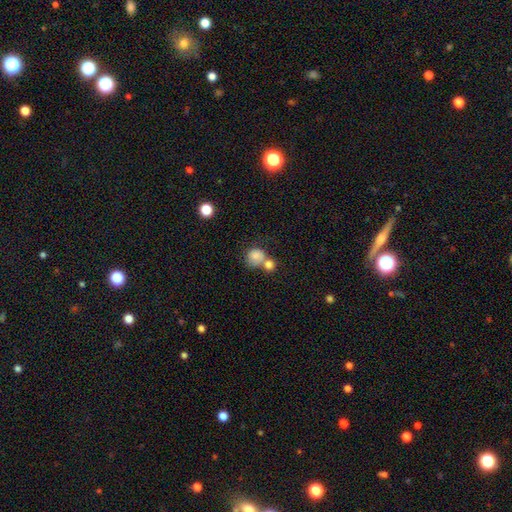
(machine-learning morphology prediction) type=smooth (81%); roundness=round (83%); merging=merger (46%).